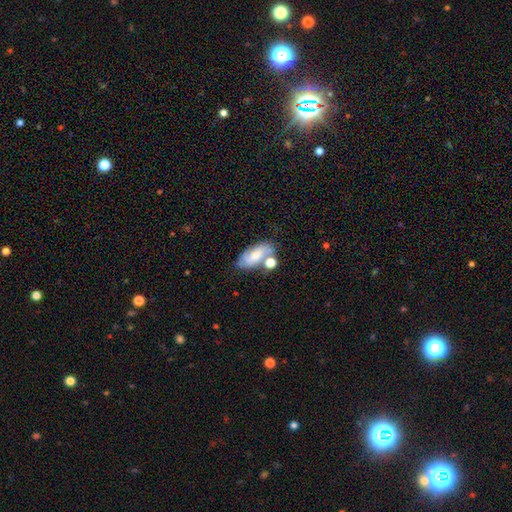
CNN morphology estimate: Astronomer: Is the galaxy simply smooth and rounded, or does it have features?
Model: smooth — 47% (runner-up: featured or disk, 44%).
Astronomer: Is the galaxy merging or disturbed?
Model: none — 50%.